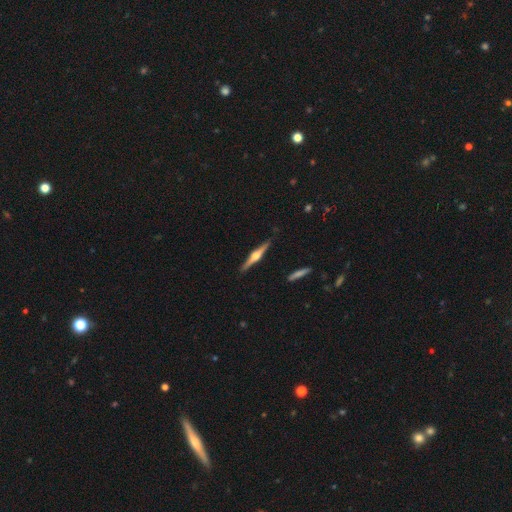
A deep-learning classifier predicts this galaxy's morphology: featured or disk 79%, smooth 16%, star or artifact 5%. Down the decision tree: edge-on disk — yes (98%); edge-on bulge — rounded (94%); merging — none (90%).